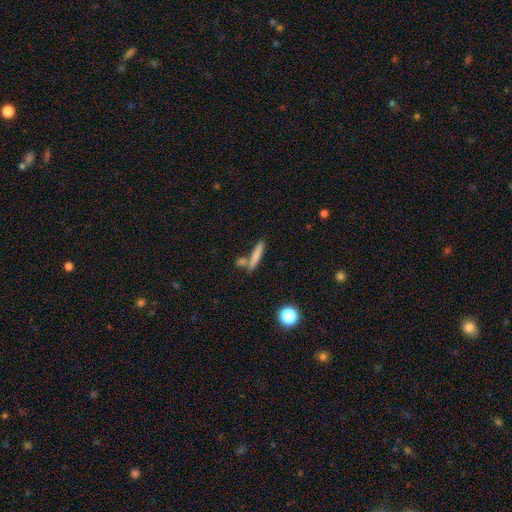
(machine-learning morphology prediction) Smooth or featured? Predicted: smooth (p=0.73). How rounded? Predicted: cigar-shaped (p=0.88). Merging? Predicted: none (p=0.66).